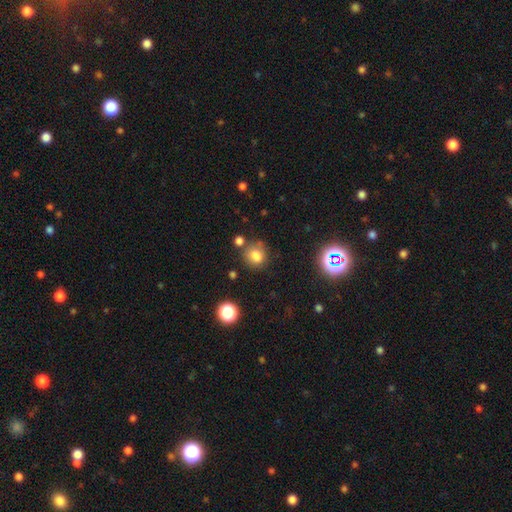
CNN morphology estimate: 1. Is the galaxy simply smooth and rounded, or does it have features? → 78% smooth, 15% star or artifact, 7% featured or disk.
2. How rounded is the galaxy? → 78% round, 21% in between, 1% cigar-shaped.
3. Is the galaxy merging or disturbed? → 71% none, 15% minor disturbance, 9% merger, 5% major disturbance.